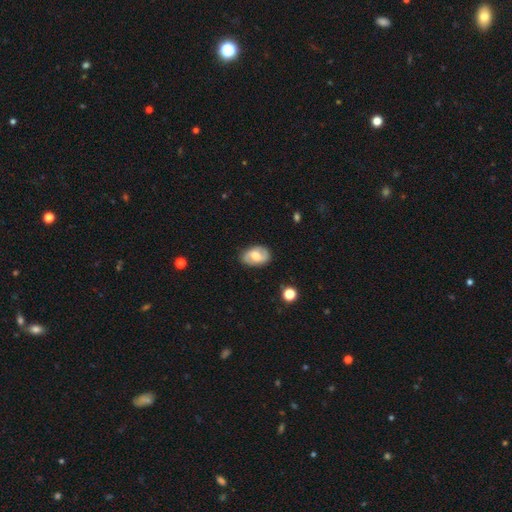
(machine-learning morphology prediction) Smooth or featured? featured or disk (65%)
Edge-on disk? no (96%)
Bar? weak (47%)
Spiral arms? yes (88%)
Spiral winding? medium (46%)
Spiral arm count? 2 (88%)
Bulge size? moderate (57%)
Merging? none (82%)